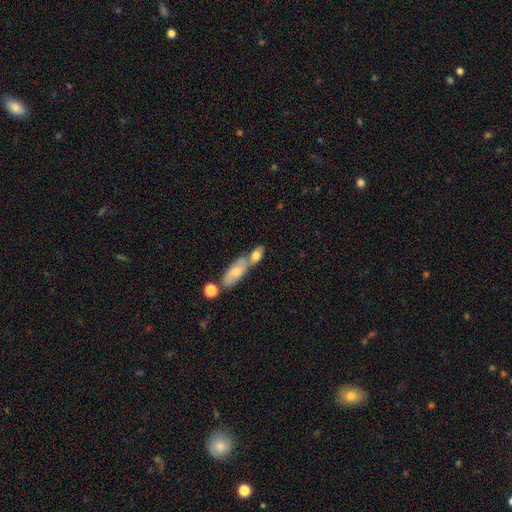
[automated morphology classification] smooth 69%, featured or disk 23%, star or artifact 8%. Down the decision tree: how rounded — in between (74%); merging — merger (57%).